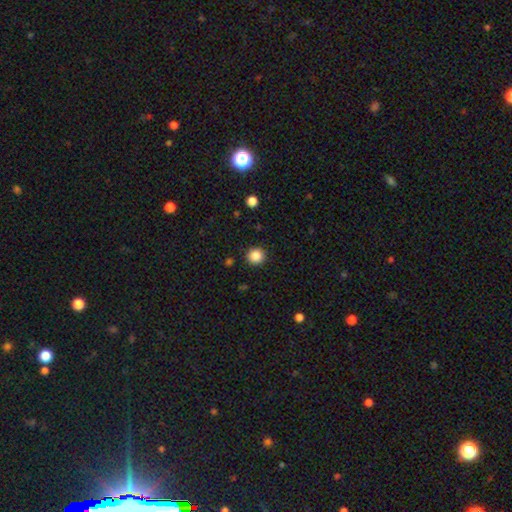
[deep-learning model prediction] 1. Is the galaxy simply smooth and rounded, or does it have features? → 85% smooth, 11% star or artifact, 4% featured or disk.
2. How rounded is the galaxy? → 94% round, 5% in between, 1% cigar-shaped.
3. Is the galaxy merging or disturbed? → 92% none, 5% minor disturbance, 2% major disturbance, 1% merger.